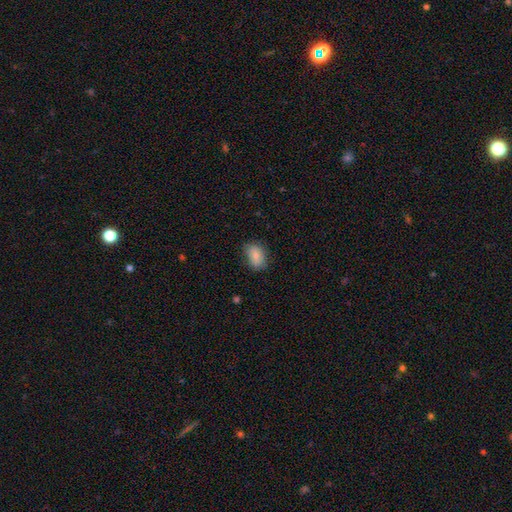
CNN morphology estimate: This appears to be a smooth galaxy with no disk features (77%) that is in between round and cigar-shaped (80%). Merging: none (75%).